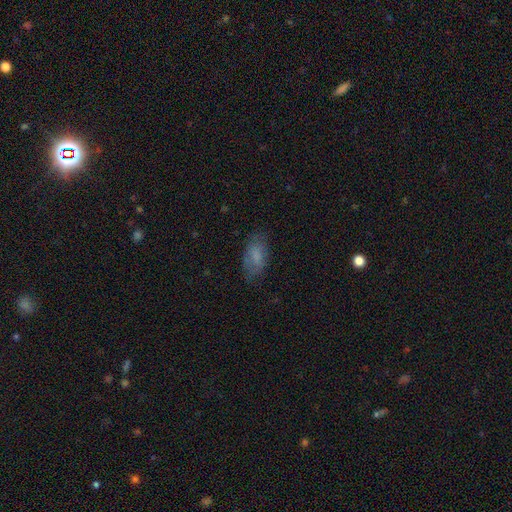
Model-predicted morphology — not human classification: Overall: smooth (70%). How rounded: in between (89%). Merging: none (70%).